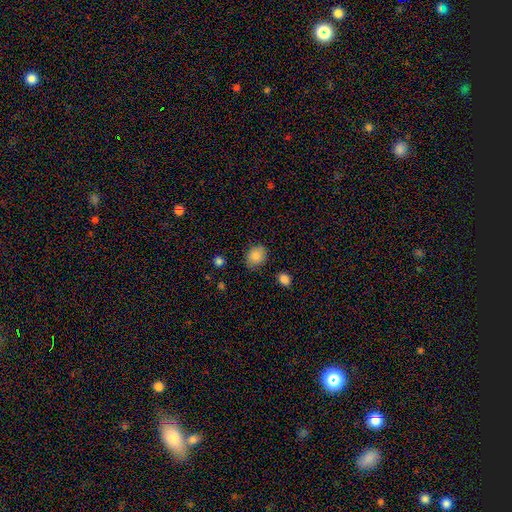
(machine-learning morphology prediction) Q: Smooth or featured?
A: smooth (85%); runner-up: star or artifact (9%)
Q: How rounded?
A: round (58%); runner-up: in between (41%)
Q: Merging?
A: none (82%); runner-up: minor disturbance (13%)